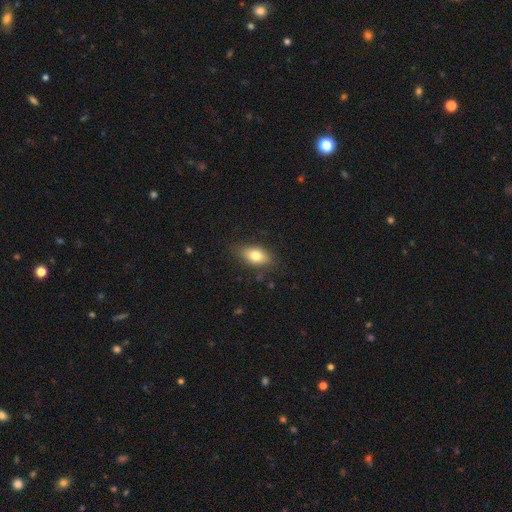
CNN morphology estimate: Smooth or featured? smooth (78%)
How rounded? in between (85%)
Merging? none (80%)